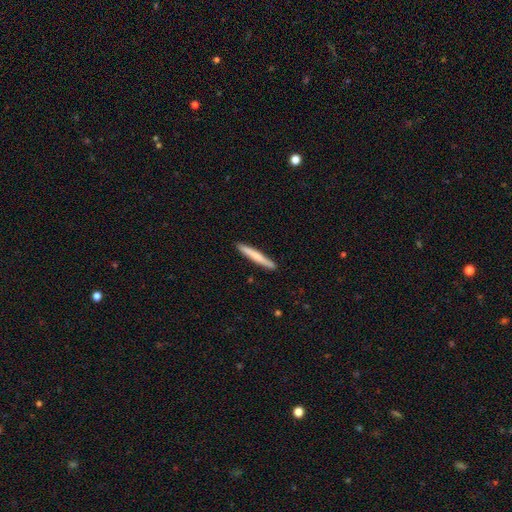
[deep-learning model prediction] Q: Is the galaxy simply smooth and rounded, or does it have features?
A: smooth — 68%.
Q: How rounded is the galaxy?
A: cigar-shaped — 96%.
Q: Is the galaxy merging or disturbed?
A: none — 90%.